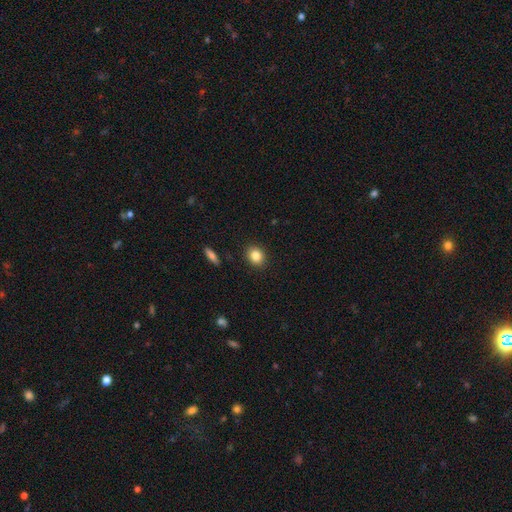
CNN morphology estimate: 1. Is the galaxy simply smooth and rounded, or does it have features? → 84% smooth, 10% star or artifact, 6% featured or disk.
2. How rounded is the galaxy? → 68% round, 30% in between, 1% cigar-shaped.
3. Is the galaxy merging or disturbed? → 90% none, 7% minor disturbance, 2% major disturbance, 1% merger.